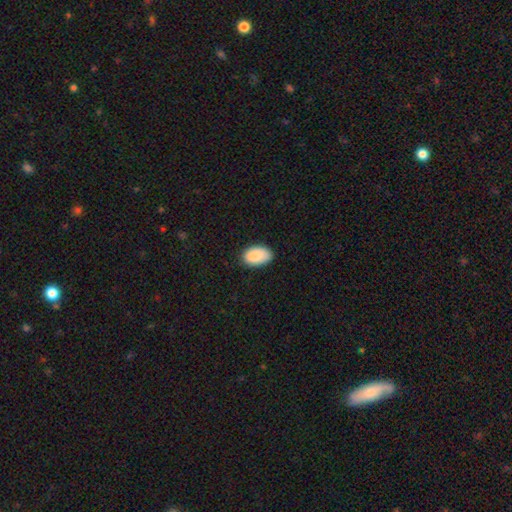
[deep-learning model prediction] Q: Smooth or featured?
A: smooth (88%); runner-up: star or artifact (7%)
Q: How rounded?
A: in between (92%); runner-up: round (6%)
Q: Merging?
A: none (81%); runner-up: minor disturbance (16%)